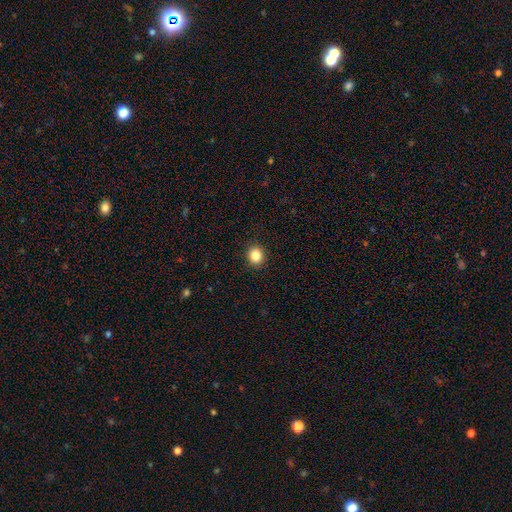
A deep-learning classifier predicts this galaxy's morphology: Q: Smooth or featured?
A: smooth (84%); runner-up: star or artifact (11%)
Q: How rounded?
A: round (80%); runner-up: in between (19%)
Q: Merging?
A: none (92%); runner-up: minor disturbance (6%)